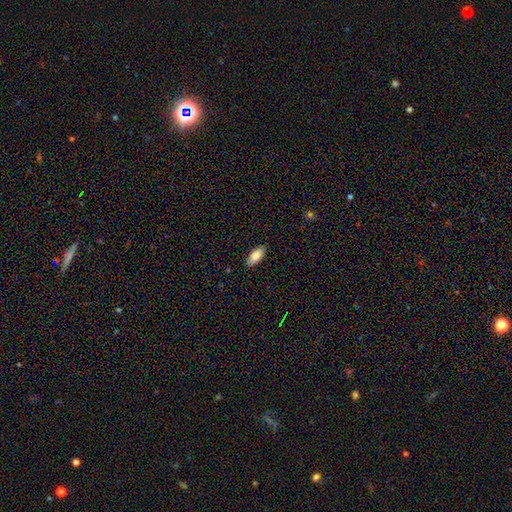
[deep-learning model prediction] Smooth or featured: smooth — 84% (featured or disk — 10%)
How rounded: in between — 86% (cigar-shaped — 12%)
Merging: none — 88% (minor disturbance — 9%)